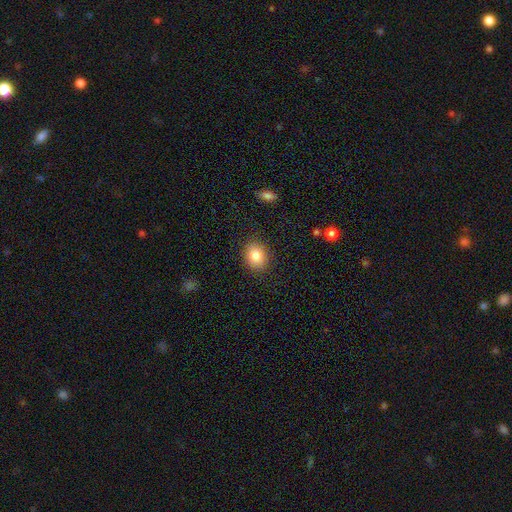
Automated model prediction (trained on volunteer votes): This is clearly a smooth galaxy (85%). How rounded: possibly in between (52%). Merging: clearly none (88%).